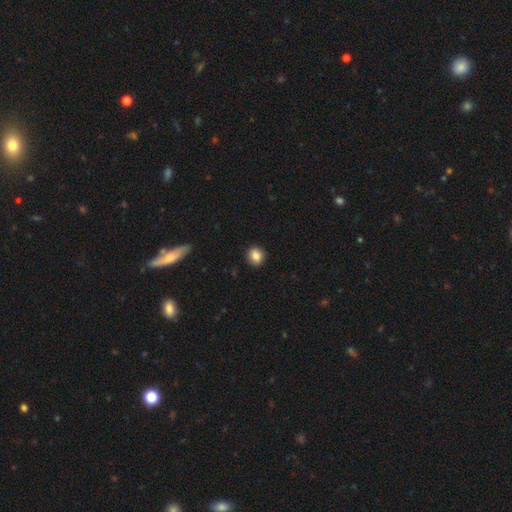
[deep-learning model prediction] This appears to be a smooth galaxy with no disk features (86%) that is round (82%). Merging: none (90%).